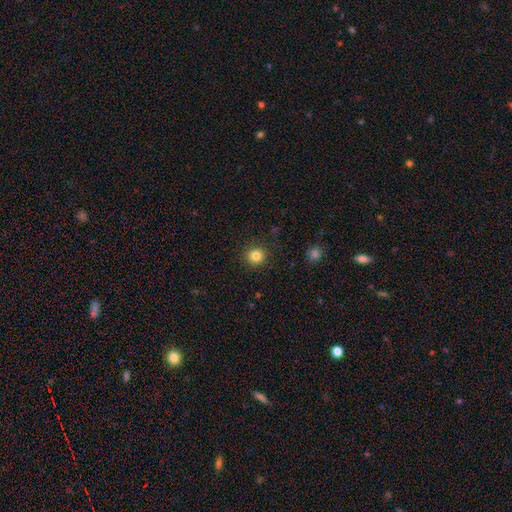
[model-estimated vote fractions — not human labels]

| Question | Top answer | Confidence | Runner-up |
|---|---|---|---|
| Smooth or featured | smooth | 83% | star or artifact (11%) |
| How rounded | round | 92% | in between (7%) |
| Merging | none | 91% | minor disturbance (6%) |